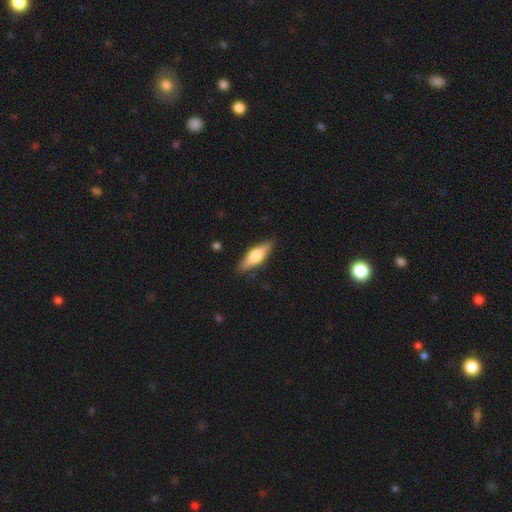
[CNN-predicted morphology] Smooth or featured? smooth (48%)
Merging? none (87%)